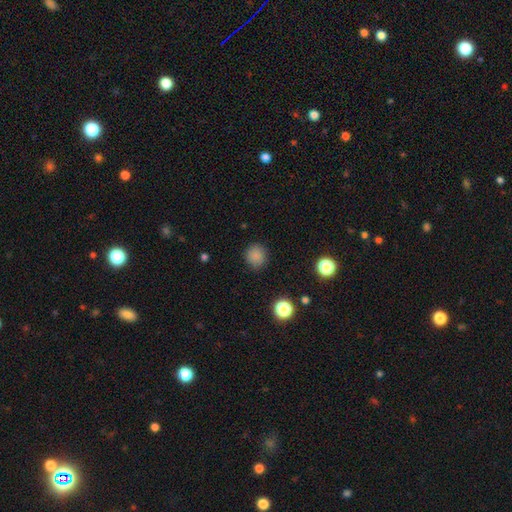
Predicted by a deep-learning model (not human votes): Smooth or featured? Predicted: smooth (p=0.84). How rounded? Predicted: round (p=0.91). Merging? Predicted: none (p=0.89).